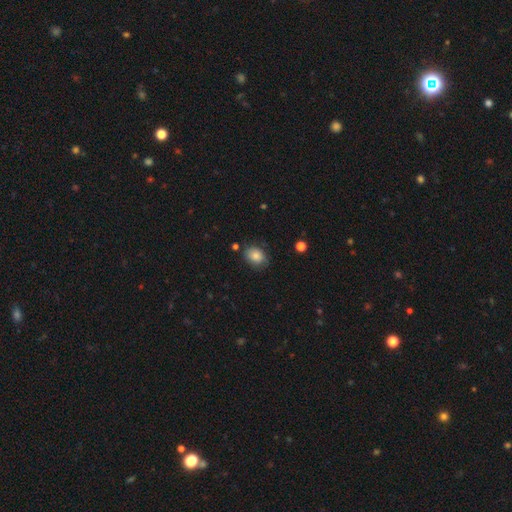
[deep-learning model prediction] A smooth galaxy with no disk features (79%) that is in between round and cigar-shaped (61%).

Vote fractions:
- Smooth or featured? smooth: 79% / featured or disk: 12% / star or artifact: 9%
- How rounded? in between: 61% / round: 38% / cigar-shaped: 1%
- Merging? none: 72% / minor disturbance: 21% / major disturbance: 5% / merger: 2%